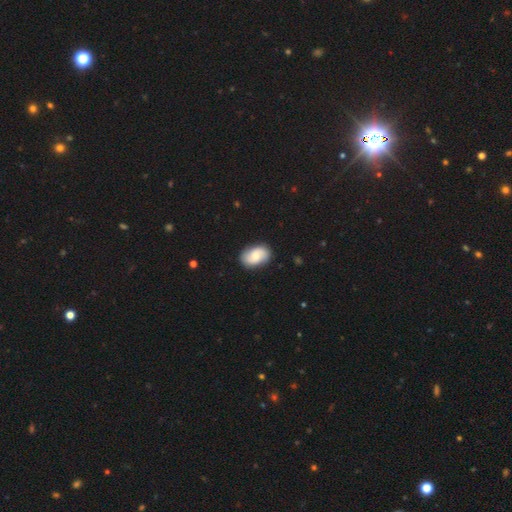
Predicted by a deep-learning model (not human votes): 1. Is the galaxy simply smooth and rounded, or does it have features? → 56% smooth, 37% featured or disk, 7% star or artifact.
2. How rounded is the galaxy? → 87% in between, 12% round, 1% cigar-shaped.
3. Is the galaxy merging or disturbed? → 84% none, 12% minor disturbance, 3% major disturbance, 1% merger.